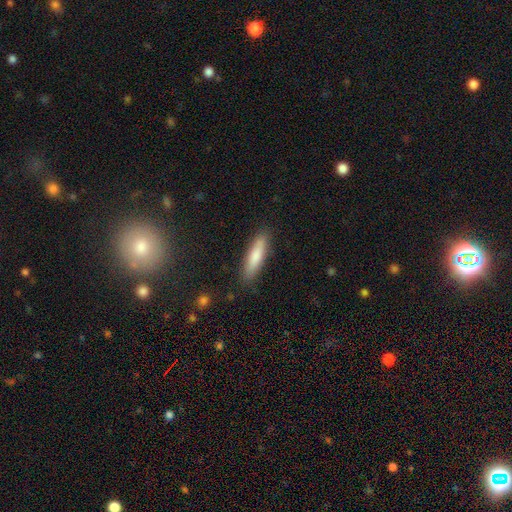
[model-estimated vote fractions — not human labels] Morphology: type=smooth (80%); roundness=cigar-shaped (72%); merging=none (87%).